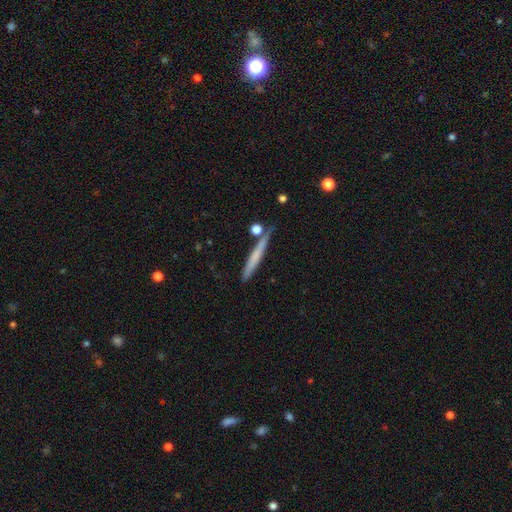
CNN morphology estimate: Overall: smooth (58%; featured or disk 36%). How rounded: cigar-shaped (95%). Merging: none (79%).